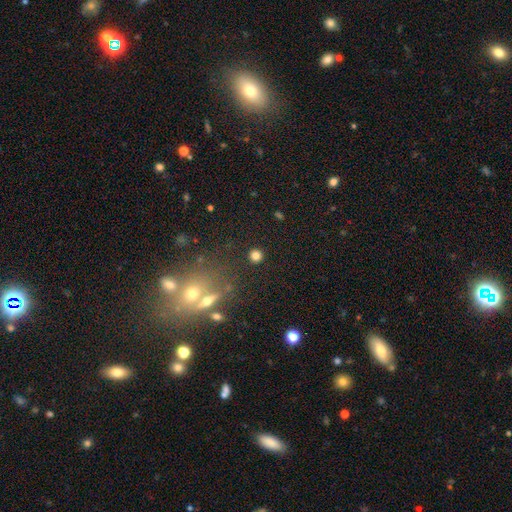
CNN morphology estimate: This is likely a smooth galaxy (79%). How rounded: clearly round (93%). Merging: clearly none (89%).